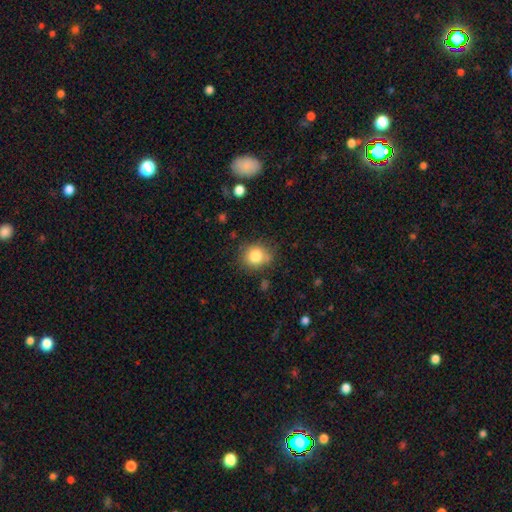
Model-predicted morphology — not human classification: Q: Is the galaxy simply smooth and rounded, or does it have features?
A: smooth — 82%.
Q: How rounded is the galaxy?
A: round — 76%.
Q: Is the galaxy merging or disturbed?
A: none — 75%.